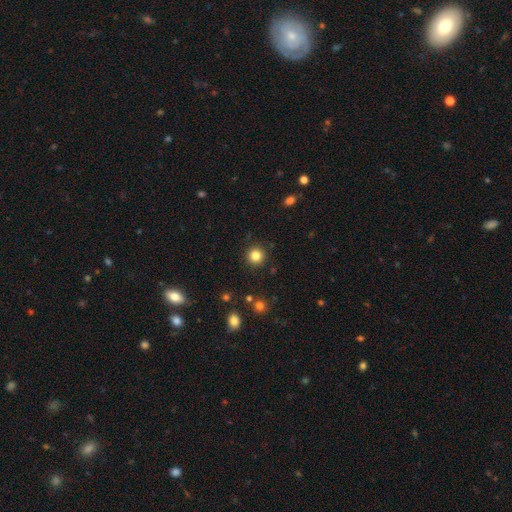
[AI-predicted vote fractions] The model was most divided on "smooth or featured": smooth: 83%, star or artifact: 12%, featured or disk: 5%. More confident: how rounded — round (95%); merging — none (92%).